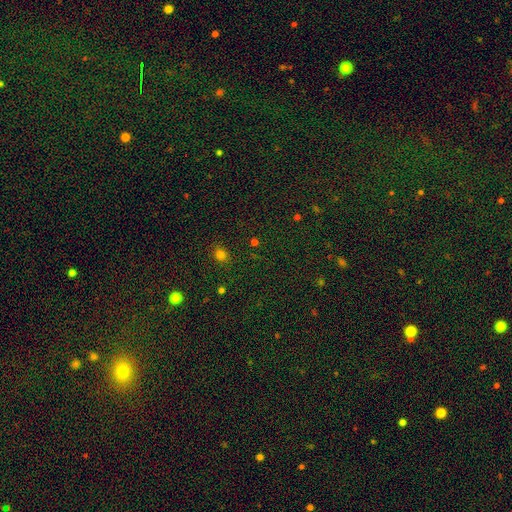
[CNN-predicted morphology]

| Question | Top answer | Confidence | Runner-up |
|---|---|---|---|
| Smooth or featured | star or artifact | 73% | smooth (19%) |